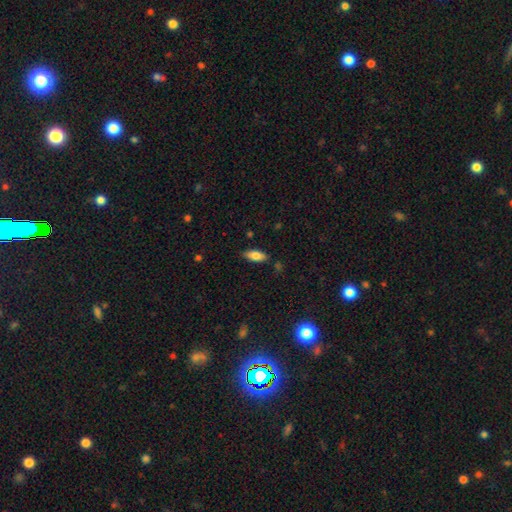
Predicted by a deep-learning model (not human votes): Smooth or featured? smooth (78%)
How rounded? in between (82%)
Merging? none (84%)